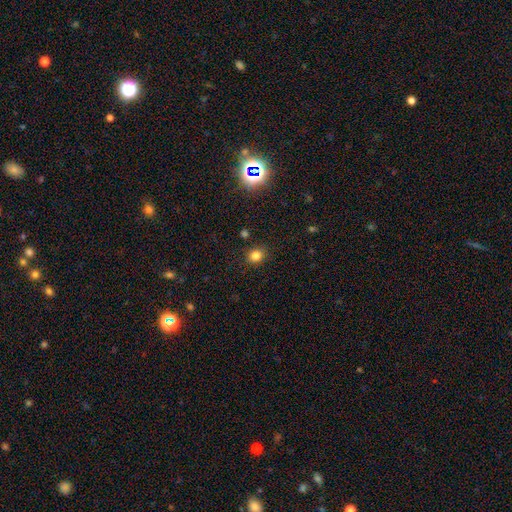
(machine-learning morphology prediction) Overall: smooth (81%). How rounded: round (69%; in between 30%). Merging: none (87%).